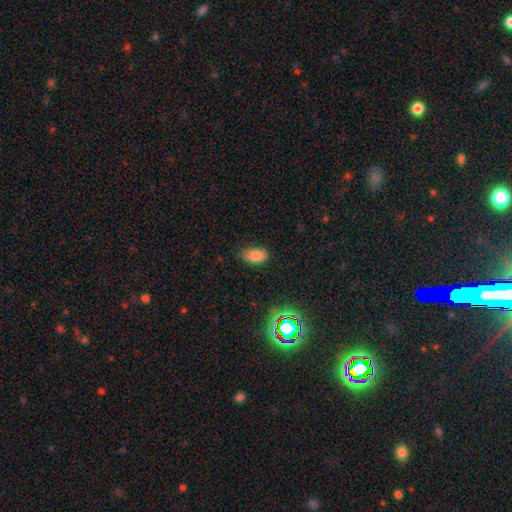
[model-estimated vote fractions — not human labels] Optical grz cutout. It shows a smooth galaxy with no disk features (82%) that is in between round and cigar-shaped (91%). Merging: none (77%).